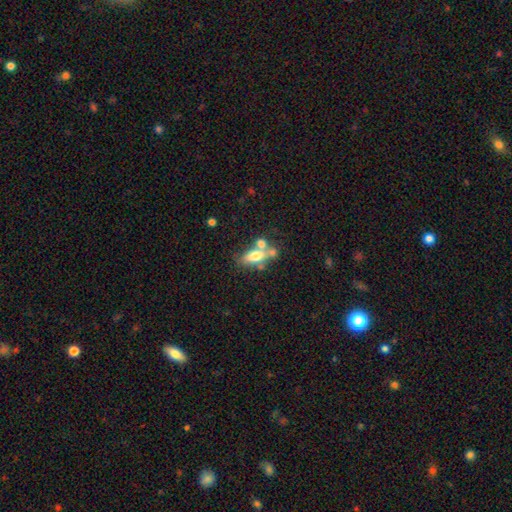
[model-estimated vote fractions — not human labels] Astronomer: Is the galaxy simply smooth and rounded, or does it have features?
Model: smooth — 62%.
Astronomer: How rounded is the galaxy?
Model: in between — 73%.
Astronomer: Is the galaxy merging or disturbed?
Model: none — 41% (runner-up: merger, 37%).